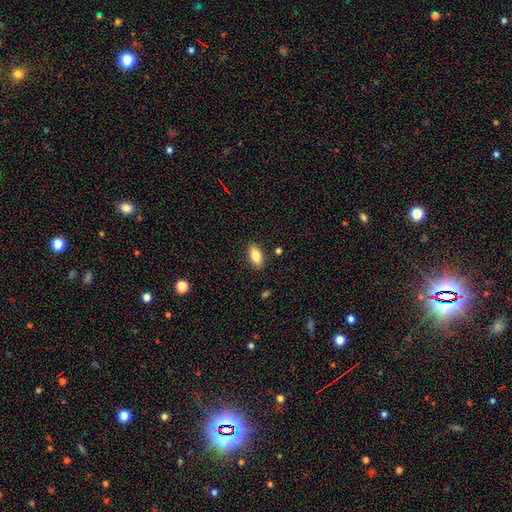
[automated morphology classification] Smooth or featured: smooth — 82% (featured or disk — 11%)
How rounded: in between — 89% (cigar-shaped — 7%)
Merging: none — 87% (minor disturbance — 9%)